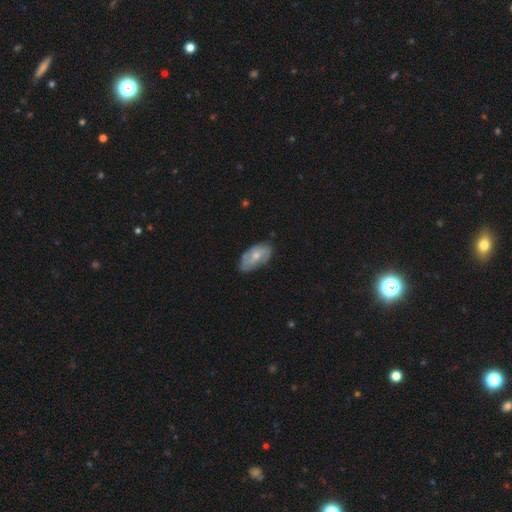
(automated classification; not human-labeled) smooth-or-featured: featured or disk: 51% | smooth: 43% | star or artifact: 6%
  disk-edge-on: no: 93% | yes: 7%
  merging: none: 68% | minor disturbance: 25% | major disturbance: 6% | merger: 2%